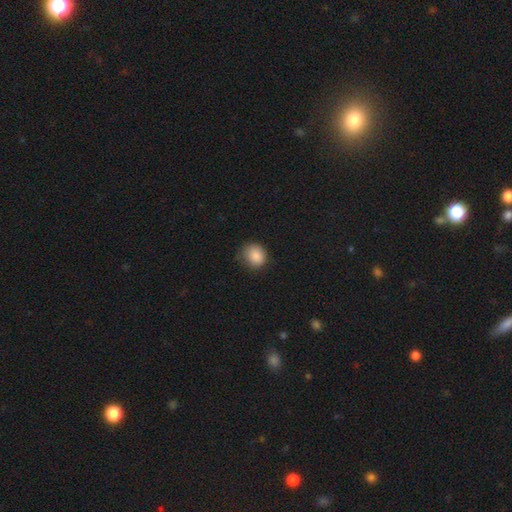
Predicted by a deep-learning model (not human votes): smooth 87%, star or artifact 9%, featured or disk 5%. Down the decision tree: how rounded — round (73%); merging — none (69%).